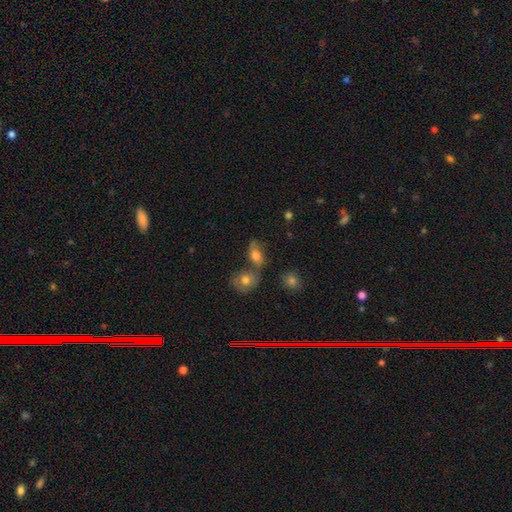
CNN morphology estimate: smooth-or-featured: smooth: 65% | featured or disk: 23% | star or artifact: 11%
  how-rounded: in between: 73% | round: 22% | cigar-shaped: 5%
  merging: none: 39% | merger: 35% | minor disturbance: 17% | major disturbance: 9%